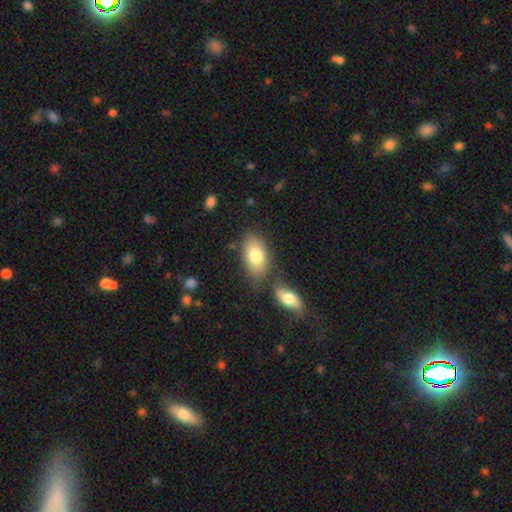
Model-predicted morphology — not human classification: Q: Smooth or featured?
A: smooth (79%); runner-up: featured or disk (14%)
Q: How rounded?
A: in between (91%); runner-up: round (7%)
Q: Merging?
A: none (68%); runner-up: merger (15%)